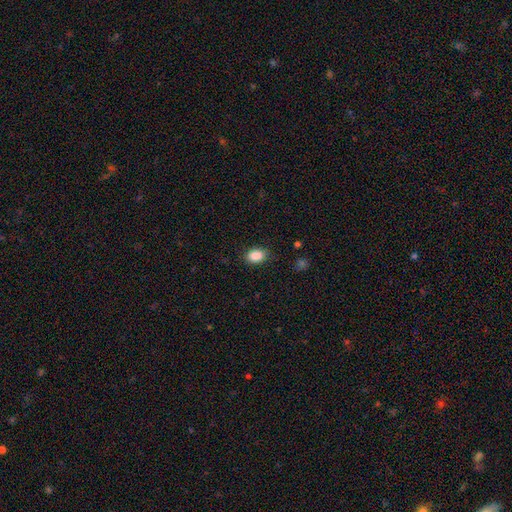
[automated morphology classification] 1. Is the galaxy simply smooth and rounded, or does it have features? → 88% smooth, 8% star or artifact, 3% featured or disk.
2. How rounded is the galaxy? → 81% in between, 17% round, 1% cigar-shaped.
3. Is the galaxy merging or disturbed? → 84% none, 12% minor disturbance, 3% major disturbance, 1% merger.